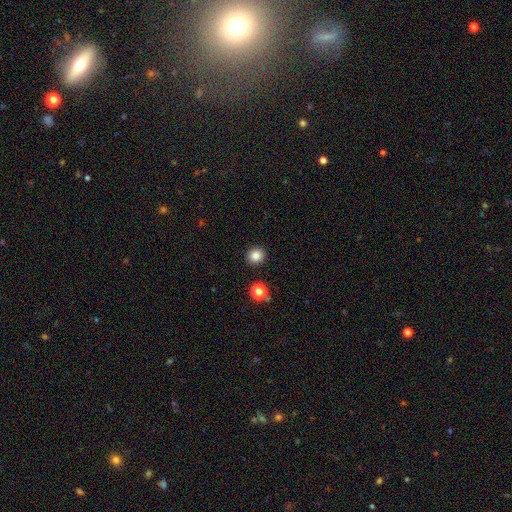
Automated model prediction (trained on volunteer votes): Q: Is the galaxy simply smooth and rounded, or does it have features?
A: smooth — 84%.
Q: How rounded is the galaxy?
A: round — 90%.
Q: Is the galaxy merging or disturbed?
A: none — 91%.